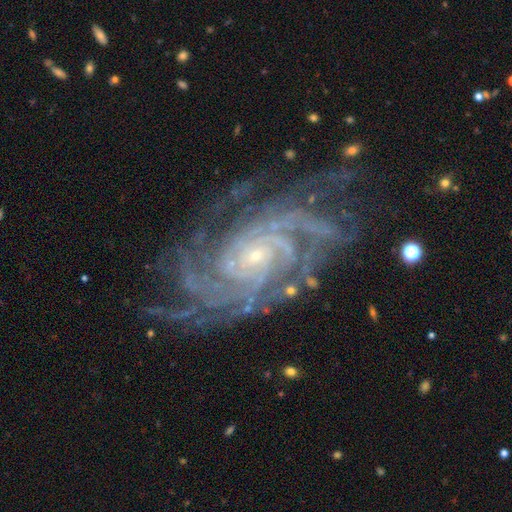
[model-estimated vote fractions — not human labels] Smooth or featured: featured or disk — 92% (star or artifact — 5%)
Edge-on disk: no — 97% (yes — 3%)
Bar: no — 67% (weak — 23%)
Spiral arms: yes — 99% (no — 1%)
Spiral winding: tight — 74% (medium — 23%)
Spiral arm count: more than 4 — 30% (4 — 24%)
Bulge size: small — 81% (moderate — 15%)
Merging: none — 76% (minor disturbance — 16%)